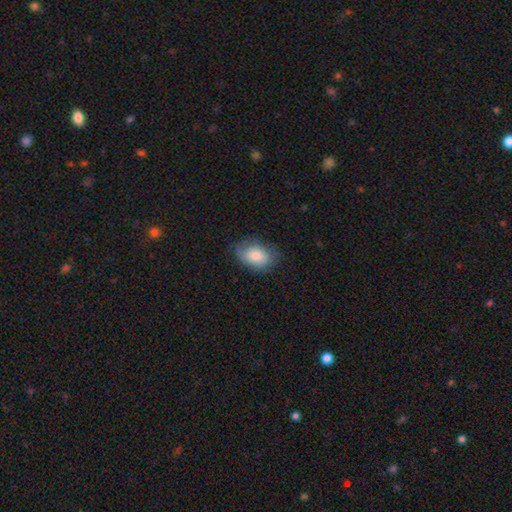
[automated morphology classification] Smooth or featured?
  - smooth: 74% *
  - featured or disk: 19%
  - star or artifact: 7%
How rounded?
  - in between: 84% *
  - round: 15%
  - cigar-shaped: 1%
Merging?
  - none: 67% *
  - minor disturbance: 24%
  - major disturbance: 8%
  - merger: 1%